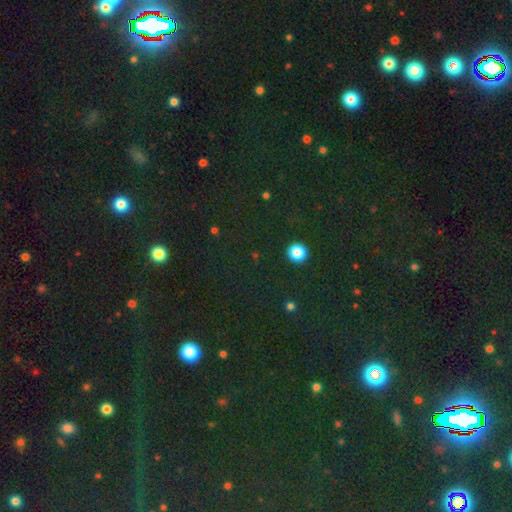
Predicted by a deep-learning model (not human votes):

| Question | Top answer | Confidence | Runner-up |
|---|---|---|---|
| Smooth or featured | smooth | 51% | star or artifact (43%) |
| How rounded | round | 86% | in between (12%) |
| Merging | none | 89% | minor disturbance (5%) |